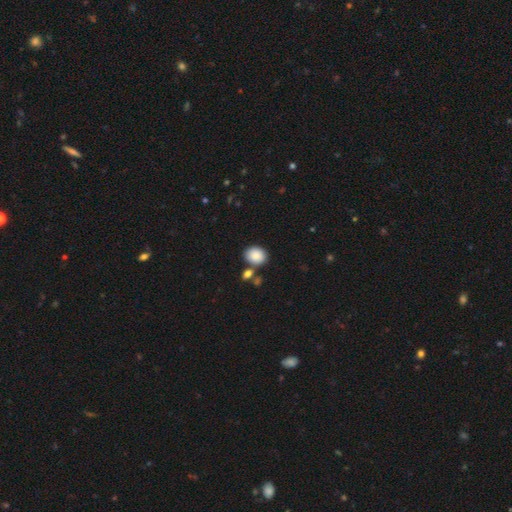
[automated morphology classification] Q: Smooth or featured?
A: smooth (88%); runner-up: star or artifact (8%)
Q: How rounded?
A: round (50%); runner-up: in between (49%)
Q: Merging?
A: none (73%); runner-up: merger (13%)